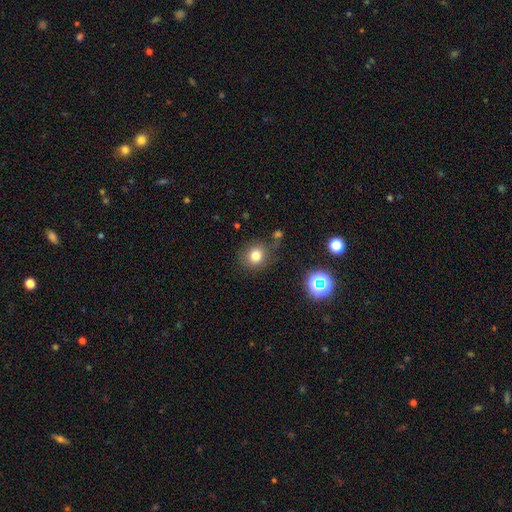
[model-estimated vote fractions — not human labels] This is likely a smooth galaxy (79%). How rounded: clearly round (84%). Merging: likely none (77%).